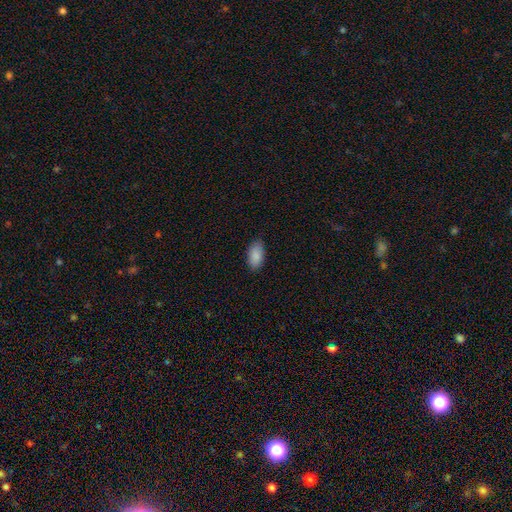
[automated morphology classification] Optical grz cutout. It shows a smooth galaxy with no disk features (90%) that is in between round and cigar-shaped (94%). Merging: none (85%).